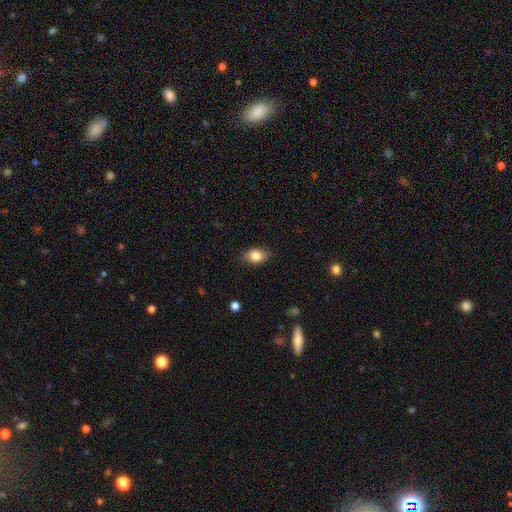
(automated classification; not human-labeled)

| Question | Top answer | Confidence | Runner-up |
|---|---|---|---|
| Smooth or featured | smooth | 84% | star or artifact (9%) |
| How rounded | in between | 77% | round (21%) |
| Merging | none | 83% | minor disturbance (13%) |